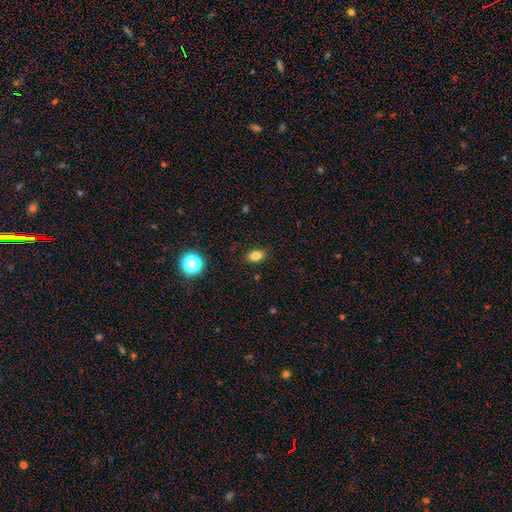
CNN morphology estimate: type=smooth (81%); roundness=in between (81%); merging=none (88%).